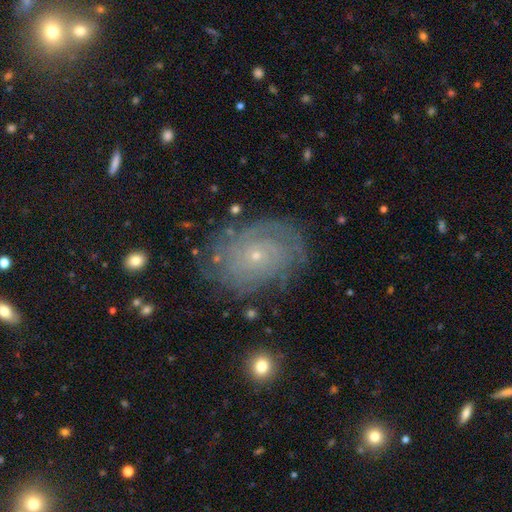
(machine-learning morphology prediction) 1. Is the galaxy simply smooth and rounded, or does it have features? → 78% featured or disk, 13% smooth, 9% star or artifact.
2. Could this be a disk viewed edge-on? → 96% no, 4% yes.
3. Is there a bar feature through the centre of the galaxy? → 82% no, 15% weak, 3% strong.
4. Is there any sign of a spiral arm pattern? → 93% yes, 7% no.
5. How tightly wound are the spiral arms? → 77% tight, 18% medium, 5% loose.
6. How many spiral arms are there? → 44% can't tell, 18% 2, 12% 3, 10% 4, 9% more than 4, 7% 1.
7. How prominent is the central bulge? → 85% small, 11% moderate, 1% none, 1% large, 1% dominant.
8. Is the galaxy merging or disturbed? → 78% none, 15% minor disturbance, 5% major disturbance, 2% merger.